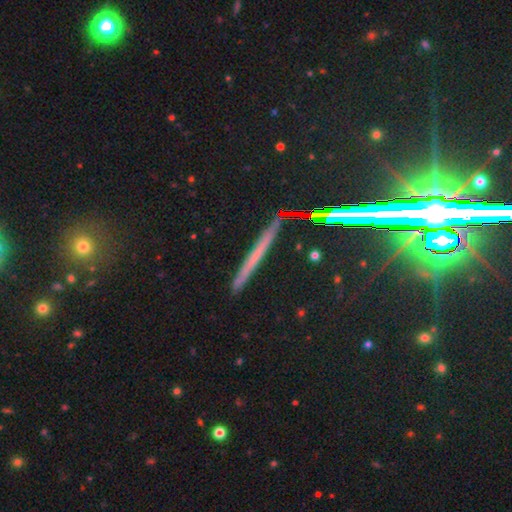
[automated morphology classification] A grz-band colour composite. It shows a featured or disk galaxy (44%). Merging: none (88%).